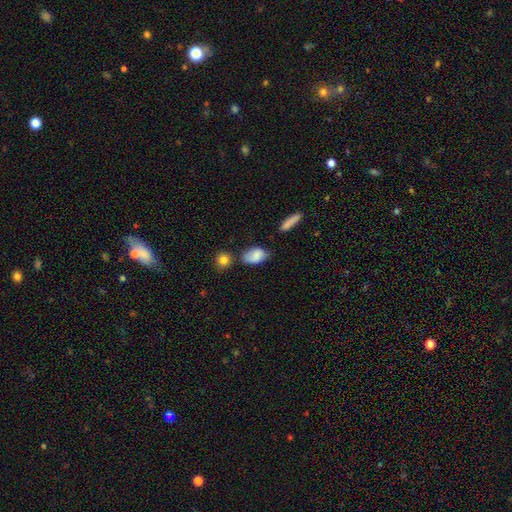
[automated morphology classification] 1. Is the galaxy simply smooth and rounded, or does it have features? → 81% smooth, 12% featured or disk, 7% star or artifact.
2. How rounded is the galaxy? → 89% in between, 7% round, 3% cigar-shaped.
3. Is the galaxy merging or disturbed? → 60% none, 26% minor disturbance, 8% merger, 6% major disturbance.